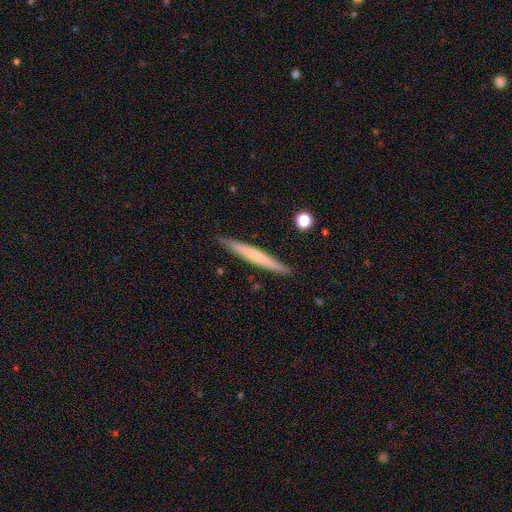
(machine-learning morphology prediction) Smooth or featured? Predicted: smooth (p=0.52). How rounded? Predicted: cigar-shaped (p=0.96). Merging? Predicted: none (p=0.89).